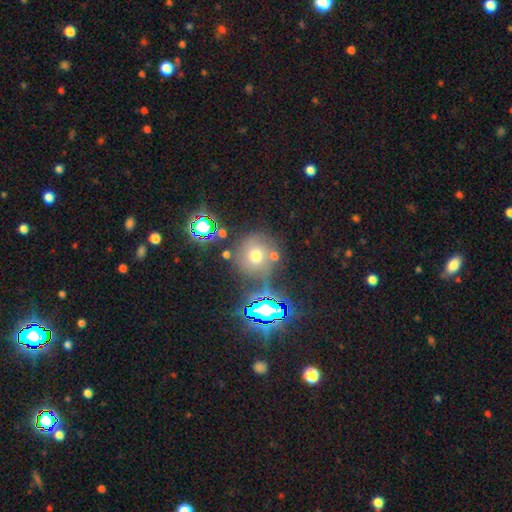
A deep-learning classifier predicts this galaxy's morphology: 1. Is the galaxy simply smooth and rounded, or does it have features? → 57% smooth, 28% star or artifact, 15% featured or disk.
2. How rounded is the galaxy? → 88% round, 10% in between, 1% cigar-shaped.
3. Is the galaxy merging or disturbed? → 66% none, 16% merger, 12% minor disturbance, 6% major disturbance.